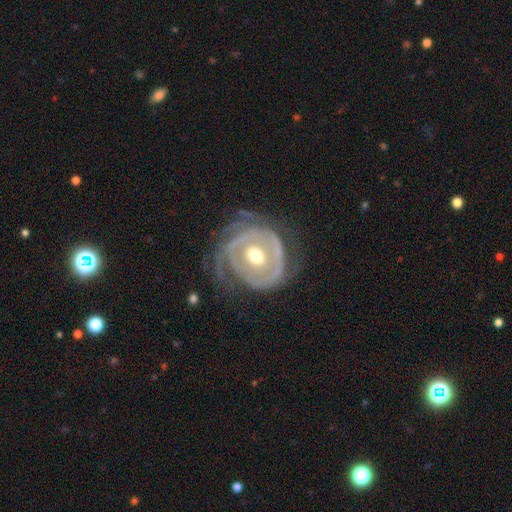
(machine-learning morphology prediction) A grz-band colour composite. It shows a featured or disk galaxy (82%) with no bar (68%), tight (60%) spiral arms (76%) and a moderate central bulge (76%). Merging: none (51%).